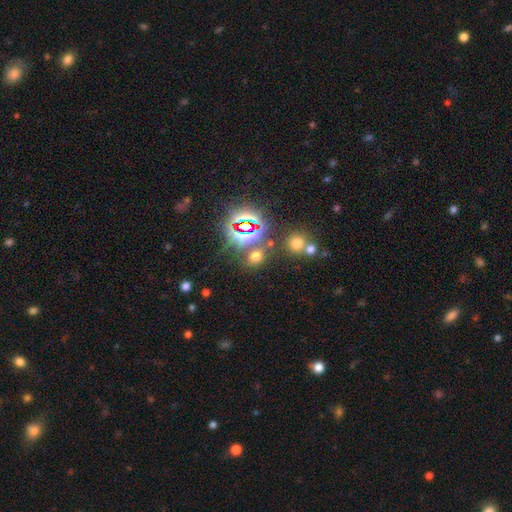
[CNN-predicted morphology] Smooth or featured? smooth (49%)
Merging? none (72%)